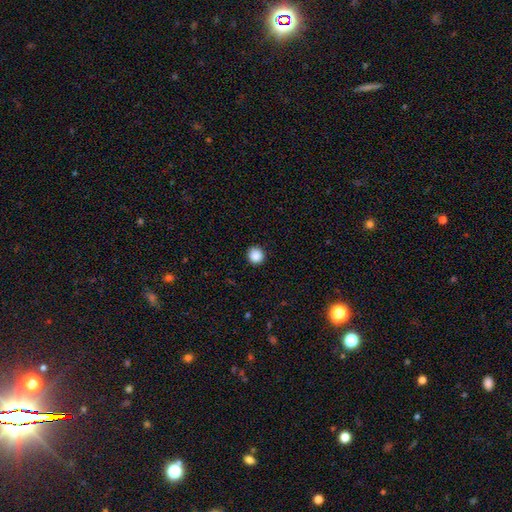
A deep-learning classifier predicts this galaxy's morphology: Smooth or featured?
  - smooth: 88% *
  - star or artifact: 10%
  - featured or disk: 3%
How rounded?
  - round: 94% *
  - in between: 5%
  - cigar-shaped: 1%
Merging?
  - none: 92% *
  - minor disturbance: 5%
  - major disturbance: 2%
  - merger: 1%